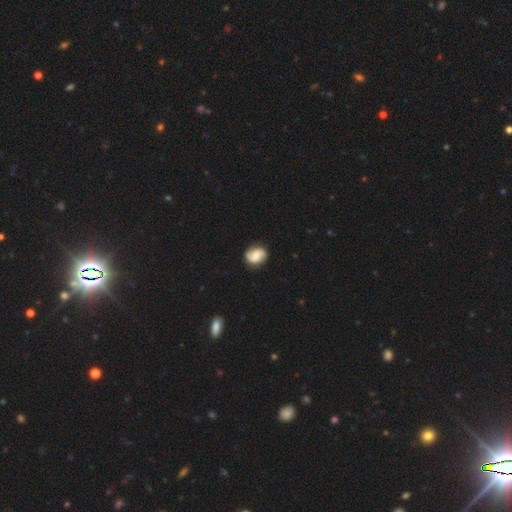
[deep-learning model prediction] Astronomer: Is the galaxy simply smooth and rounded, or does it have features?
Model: featured or disk — 64%.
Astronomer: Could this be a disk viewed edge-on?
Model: no — 98%.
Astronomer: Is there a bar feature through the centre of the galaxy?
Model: no — 55% (runner-up: weak, 37%).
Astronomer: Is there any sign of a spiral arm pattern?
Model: yes — 94%.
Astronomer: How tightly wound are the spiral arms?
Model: medium — 43% (runner-up: tight, 31%).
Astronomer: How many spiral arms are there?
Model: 2 — 86%.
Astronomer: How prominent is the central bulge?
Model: moderate — 47% (runner-up: small, 31%).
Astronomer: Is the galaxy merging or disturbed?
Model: none — 82%.